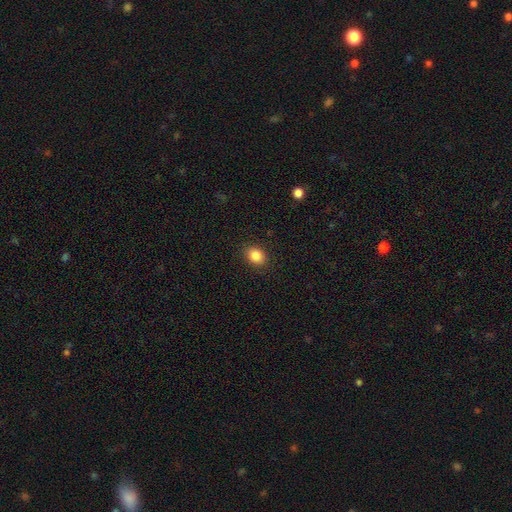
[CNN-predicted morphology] Smooth or featured? smooth (86%)
How rounded? in between (53%)
Merging? none (89%)